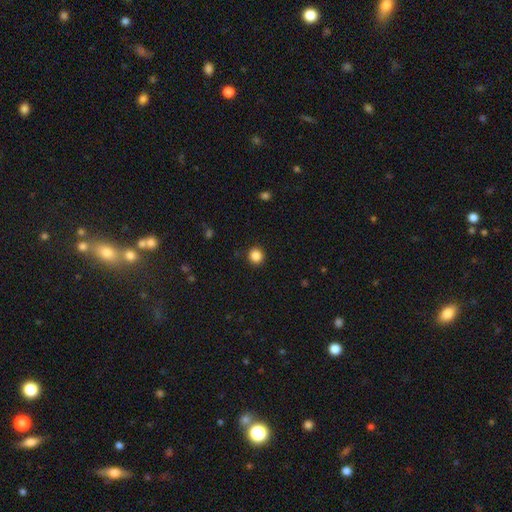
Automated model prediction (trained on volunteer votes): Smooth or featured?
  - smooth: 86% *
  - star or artifact: 11%
  - featured or disk: 3%
How rounded?
  - round: 93% *
  - in between: 6%
  - cigar-shaped: 1%
Merging?
  - none: 92% *
  - minor disturbance: 5%
  - major disturbance: 2%
  - merger: 1%